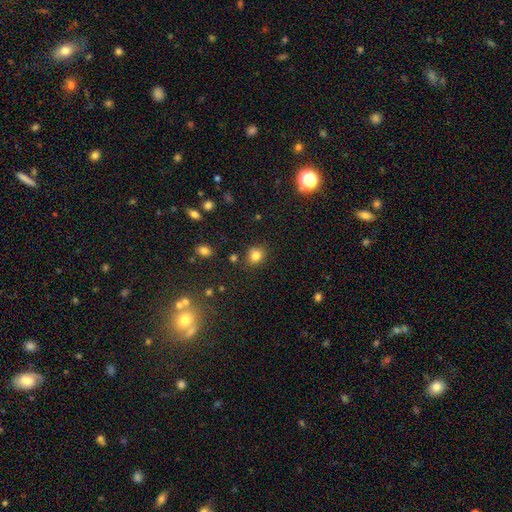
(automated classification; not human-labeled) Smooth or featured: smooth — 82% (star or artifact — 12%)
How rounded: round — 71% (in between — 28%)
Merging: none — 81% (minor disturbance — 12%)